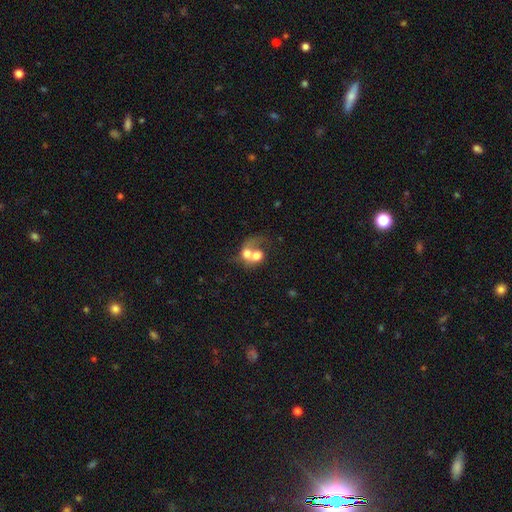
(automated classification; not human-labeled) Smooth or featured: smooth — 51% (featured or disk — 40%)
How rounded: round — 58% (in between — 41%)
Merging: merger — 77% (none — 10%)